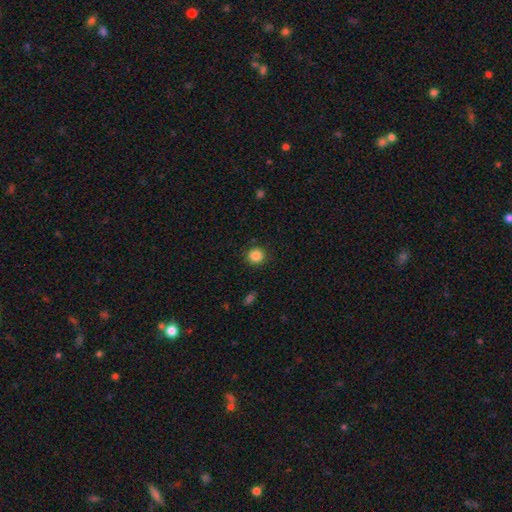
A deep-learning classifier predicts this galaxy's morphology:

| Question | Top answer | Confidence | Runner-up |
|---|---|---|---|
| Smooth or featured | smooth | 86% | star or artifact (11%) |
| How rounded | round | 92% | in between (7%) |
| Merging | none | 90% | minor disturbance (6%) |